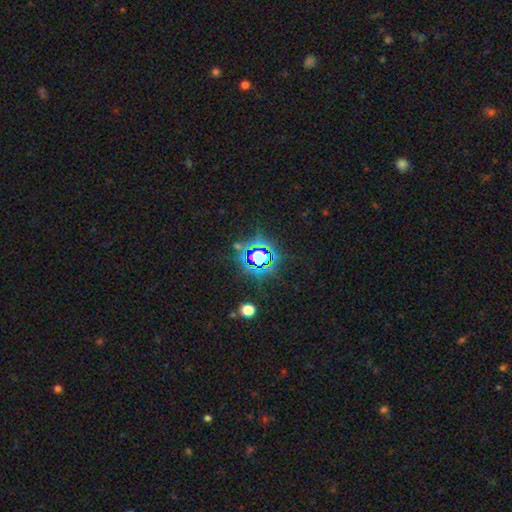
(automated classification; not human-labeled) This is likely a star or artifact rather than a galaxy (73%).